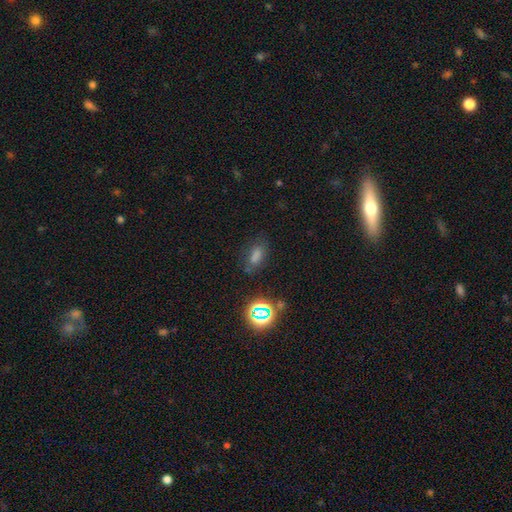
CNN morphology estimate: smooth-or-featured: smooth: 56% | star or artifact: 32% | featured or disk: 12%
  how-rounded: in between: 77% | round: 14% | cigar-shaped: 9%
  merging: none: 71% | minor disturbance: 18% | major disturbance: 7% | merger: 5%